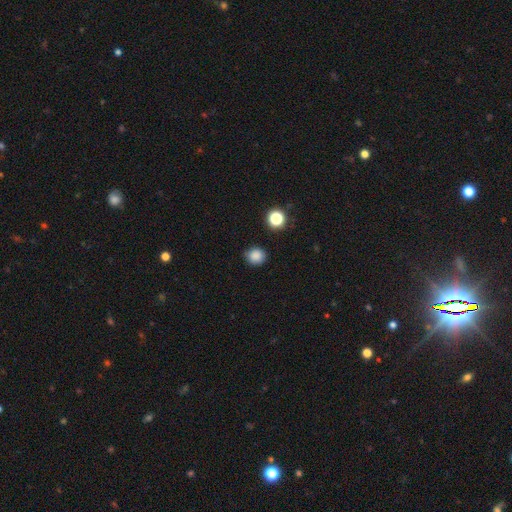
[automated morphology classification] Smooth or featured? Predicted: smooth (p=0.84). How rounded? Predicted: round (p=0.87). Merging? Predicted: none (p=0.85).